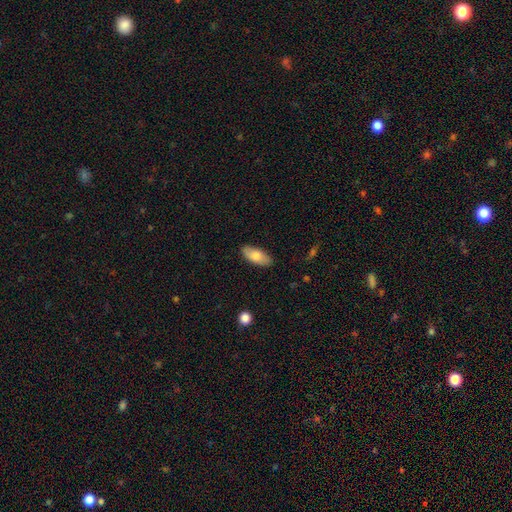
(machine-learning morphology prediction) The model was most divided on "smooth or featured": smooth: 77%, featured or disk: 17%, star or artifact: 6%. More confident: how rounded — in between (88%); merging — none (86%).